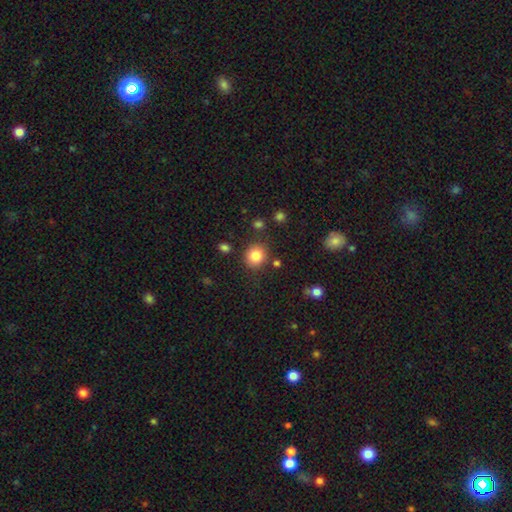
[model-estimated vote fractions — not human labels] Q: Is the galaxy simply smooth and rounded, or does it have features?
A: smooth — 83%.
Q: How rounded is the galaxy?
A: round — 83%.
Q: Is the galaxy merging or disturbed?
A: none — 83%.